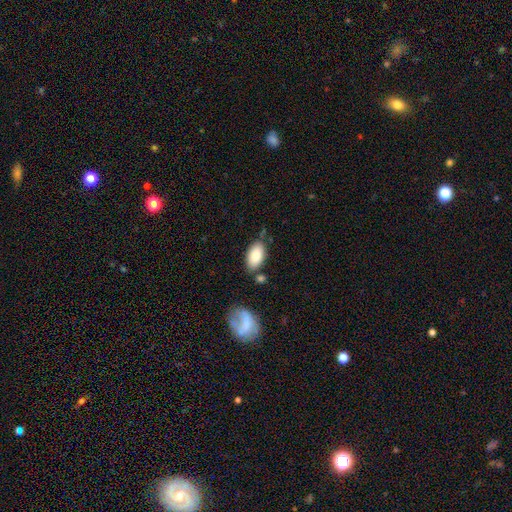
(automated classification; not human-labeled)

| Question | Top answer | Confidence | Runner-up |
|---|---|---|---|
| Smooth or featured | smooth | 84% | featured or disk (9%) |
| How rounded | in between | 94% | round (4%) |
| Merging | none | 72% | minor disturbance (16%) |